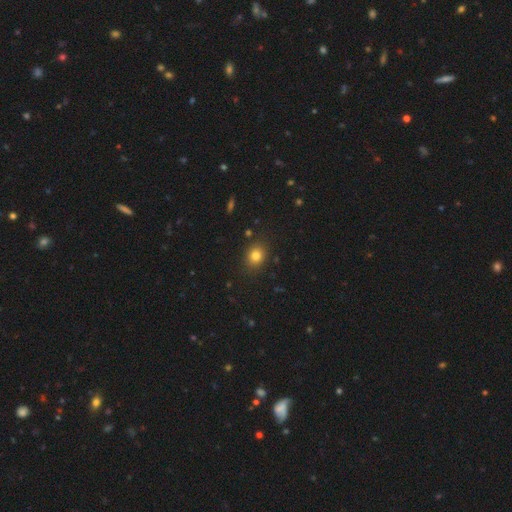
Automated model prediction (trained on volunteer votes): Smooth or featured? smooth (80%)
How rounded? round (64%)
Merging? none (85%)